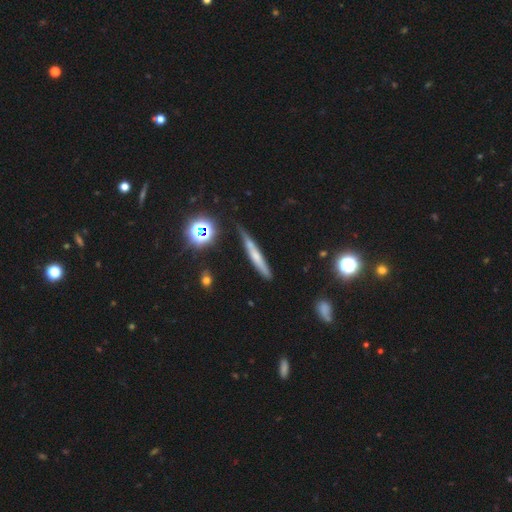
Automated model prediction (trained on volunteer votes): Smooth or featured? smooth (46%)
Merging? none (69%)